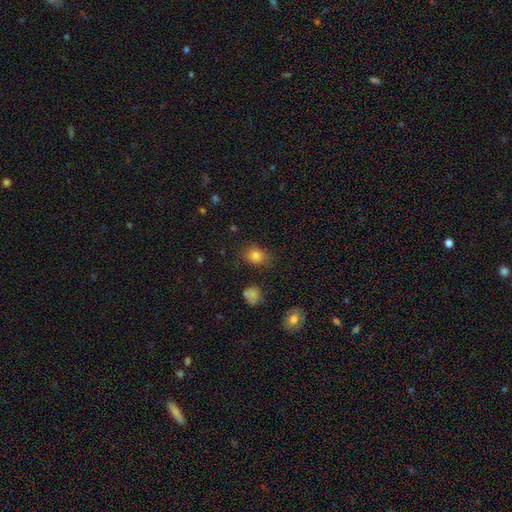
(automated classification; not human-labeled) Smooth or featured?
  - smooth: 80% *
  - star or artifact: 13%
  - featured or disk: 7%
How rounded?
  - in between: 50% *
  - round: 49%
  - cigar-shaped: 1%
Merging?
  - none: 77% *
  - minor disturbance: 16%
  - major disturbance: 5%
  - merger: 3%